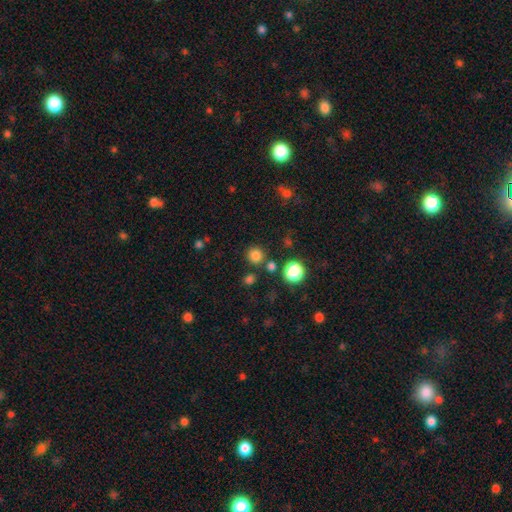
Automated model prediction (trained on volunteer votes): Smooth or featured? smooth (80%)
How rounded? round (93%)
Merging? none (85%)